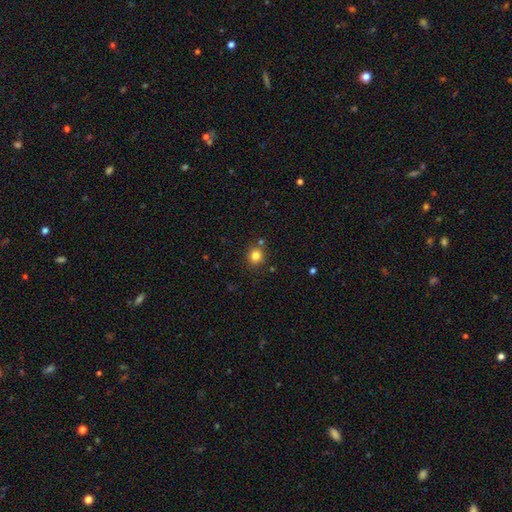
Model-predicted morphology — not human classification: The model was most divided on "how rounded": round: 82%, in between: 17%, cigar-shaped: 1%. More confident: smooth or featured — smooth (81%); merging — none (79%).